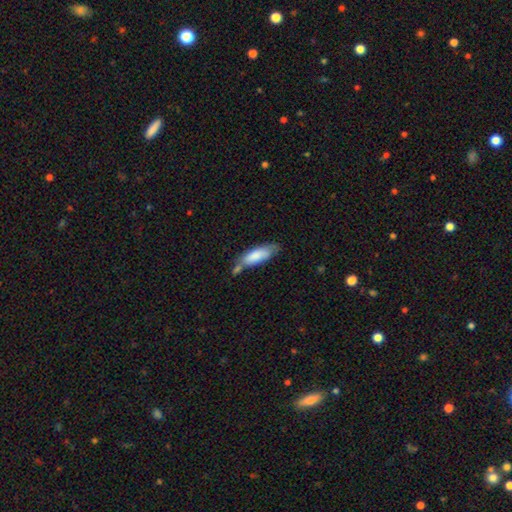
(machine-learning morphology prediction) type=smooth (79%); roundness=in between (56%); merging=none (45%).